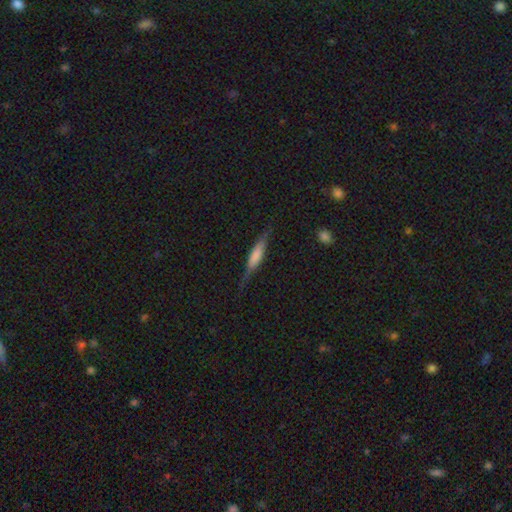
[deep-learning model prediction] Smooth or featured: featured or disk — 48% (smooth — 45%)
Merging: none — 78% (minor disturbance — 16%)